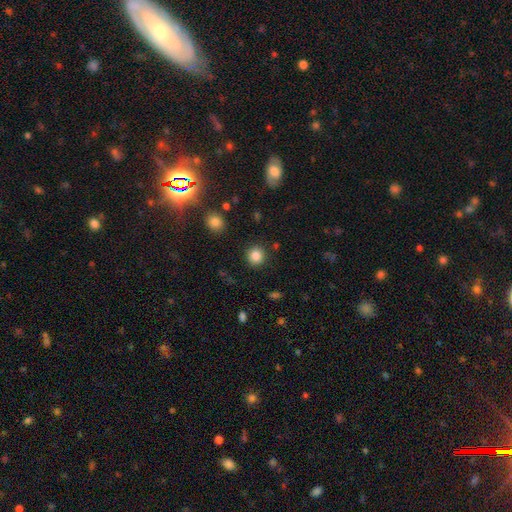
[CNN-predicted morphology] Smooth or featured? smooth (84%)
How rounded? round (91%)
Merging? none (90%)